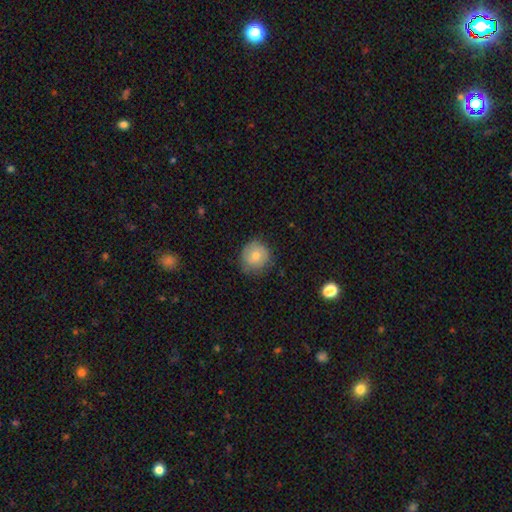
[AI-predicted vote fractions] The model was most divided on "smooth or featured": smooth: 66%, featured or disk: 25%, star or artifact: 9%. More confident: how rounded — round (90%); merging — none (77%).